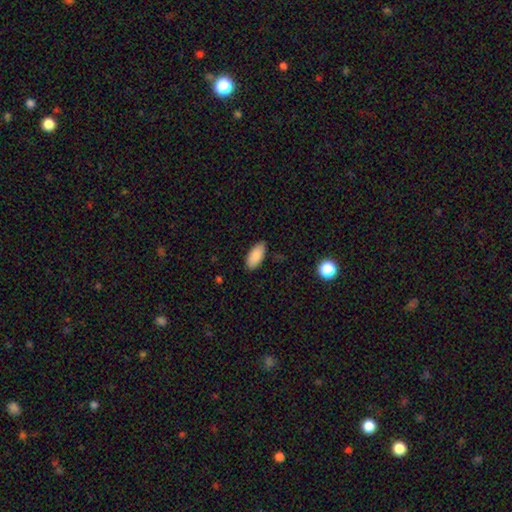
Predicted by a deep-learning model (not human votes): This appears to be a smooth galaxy with no disk features (87%) that is in between round and cigar-shaped (91%). Merging: none (85%).